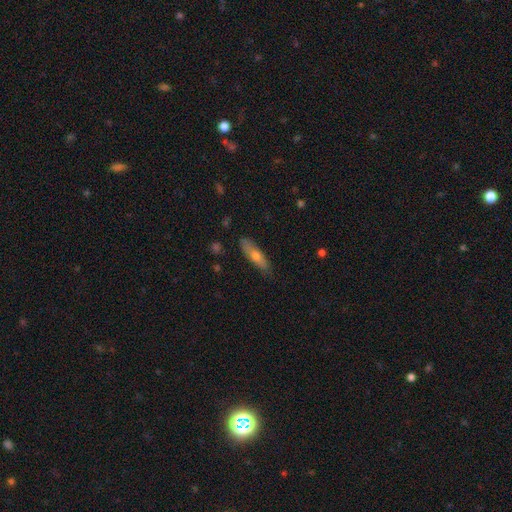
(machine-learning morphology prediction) Smooth or featured: smooth — 58% (featured or disk — 36%)
How rounded: cigar-shaped — 69% (in between — 29%)
Merging: none — 83% (minor disturbance — 14%)